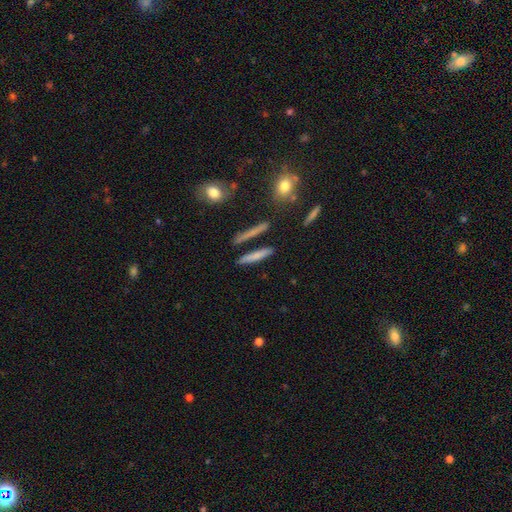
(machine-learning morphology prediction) smooth-or-featured: smooth: 69% | featured or disk: 22% | star or artifact: 8%
  how-rounded: cigar-shaped: 89% | in between: 9% | round: 3%
  merging: none: 79% | minor disturbance: 10% | merger: 7% | major disturbance: 3%